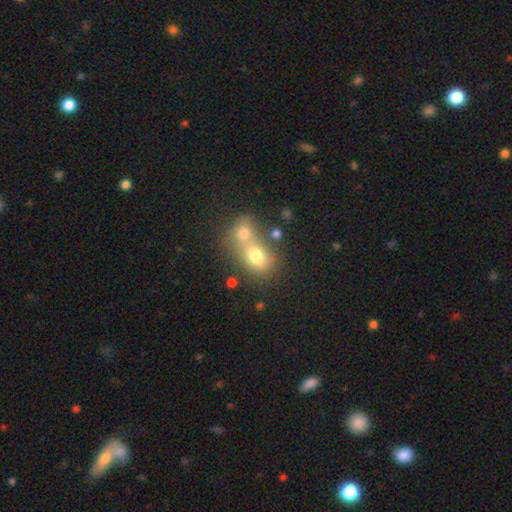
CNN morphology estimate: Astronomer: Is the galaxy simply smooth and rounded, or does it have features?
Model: smooth — 72%.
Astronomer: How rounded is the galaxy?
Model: in between — 64%.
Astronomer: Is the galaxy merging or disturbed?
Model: merger — 60%.